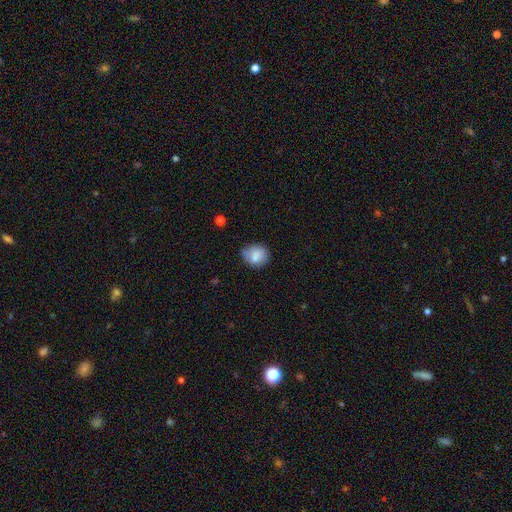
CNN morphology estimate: type=smooth (81%); roundness=round (69%); merging=none (67%).